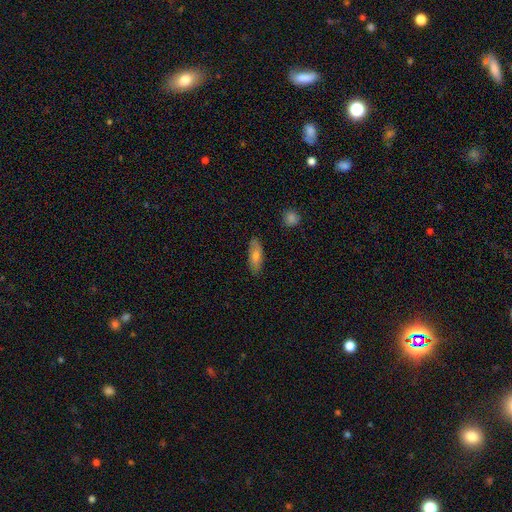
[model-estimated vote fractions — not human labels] Morphology: type=smooth (69%); roundness=in between (69%); merging=none (85%).